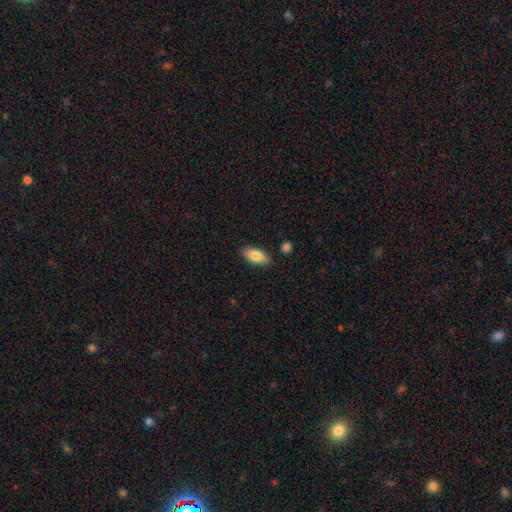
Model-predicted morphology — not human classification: Q: Smooth or featured?
A: smooth (83%); runner-up: featured or disk (11%)
Q: How rounded?
A: in between (87%); runner-up: cigar-shaped (10%)
Q: Merging?
A: none (85%); runner-up: minor disturbance (10%)